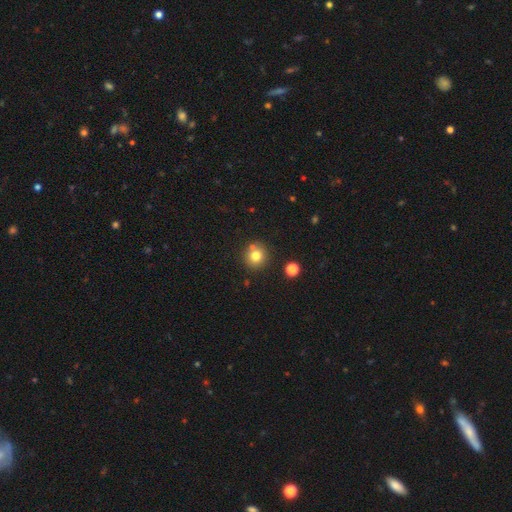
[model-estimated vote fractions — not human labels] A smooth galaxy with no disk features (77%) that is round (92%).

Vote fractions:
- Smooth or featured? smooth: 77% / star or artifact: 13% / featured or disk: 10%
- How rounded? round: 92% / in between: 7% / cigar-shaped: 1%
- Merging? none: 78% / merger: 11% / minor disturbance: 8% / major disturbance: 3%